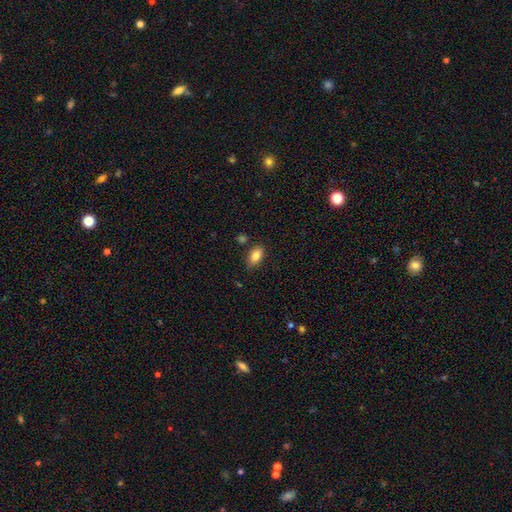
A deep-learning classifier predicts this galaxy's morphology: Smooth or featured? Predicted: smooth (p=0.83). How rounded? Predicted: in between (p=0.90). Merging? Predicted: none (p=0.78).